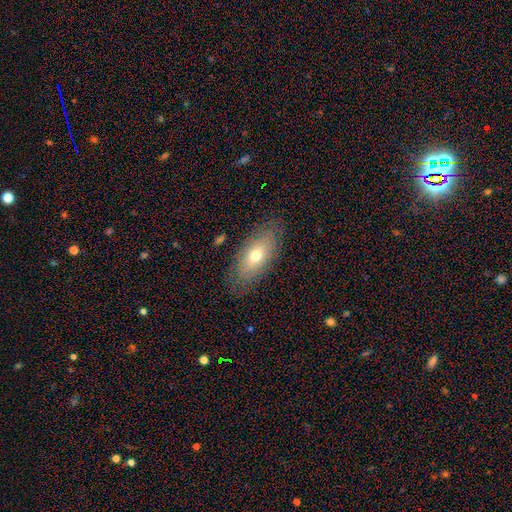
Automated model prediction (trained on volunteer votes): smooth-or-featured: smooth: 62% | featured or disk: 30% | star or artifact: 8%
  how-rounded: in between: 87% | cigar-shaped: 8% | round: 5%
  merging: none: 81% | minor disturbance: 13% | major disturbance: 4% | merger: 1%